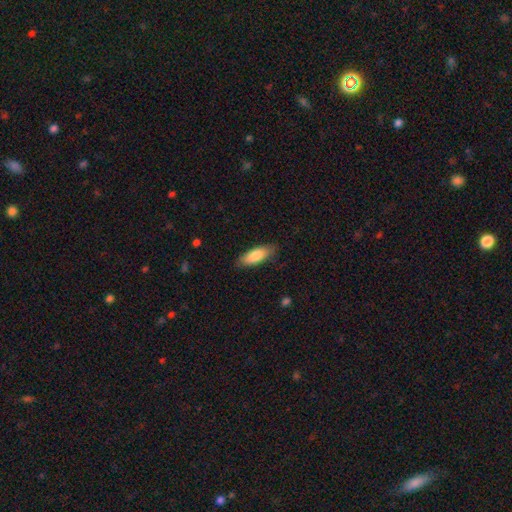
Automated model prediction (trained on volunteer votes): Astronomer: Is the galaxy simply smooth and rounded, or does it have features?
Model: smooth — 83%.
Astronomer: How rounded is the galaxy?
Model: in between — 69%.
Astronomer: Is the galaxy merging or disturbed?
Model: none — 83%.